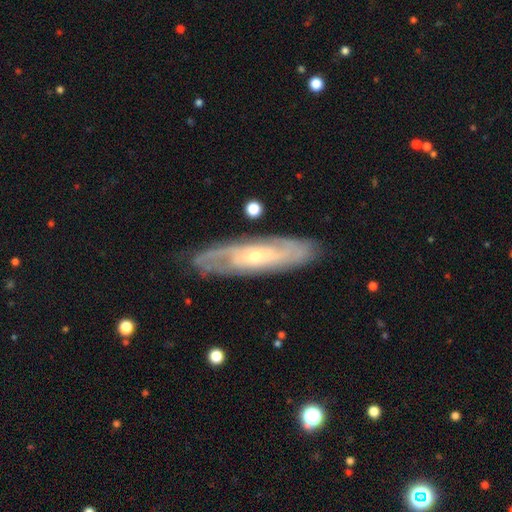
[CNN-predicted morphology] The model was most divided on "spiral arm count": can't tell: 45%, 2: 32%, 3: 10%, 4: 5%, 1: 4%, more than 4: 3%. More confident: spiral arms — yes (90%); merging — none (81%); smooth or featured — featured or disk (79%); edge-on disk — no (76%); bar — no (65%); bulge size — small (64%); spiral winding — tight (59%).